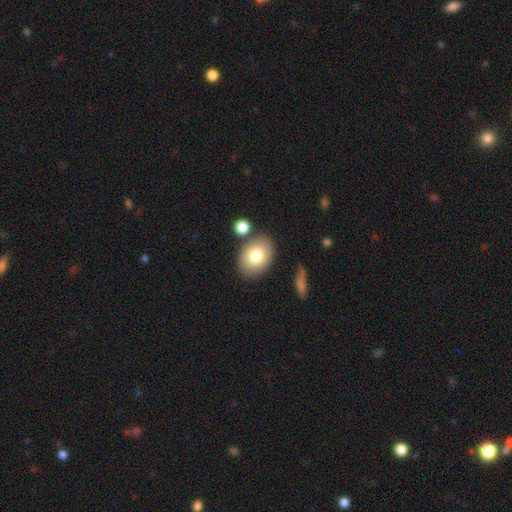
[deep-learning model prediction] smooth-or-featured: smooth: 78% | featured or disk: 14% | star or artifact: 7%
  how-rounded: in between: 76% | round: 23% | cigar-shaped: 1%
  merging: none: 78% | minor disturbance: 11% | merger: 8% | major disturbance: 3%